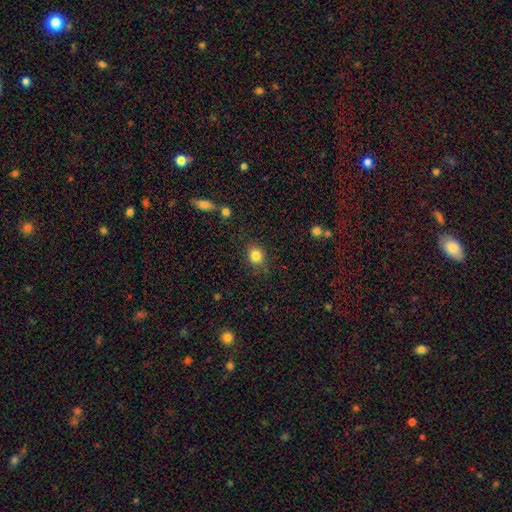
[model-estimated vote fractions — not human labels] Smooth or featured? smooth (83%)
How rounded? round (75%)
Merging? none (84%)